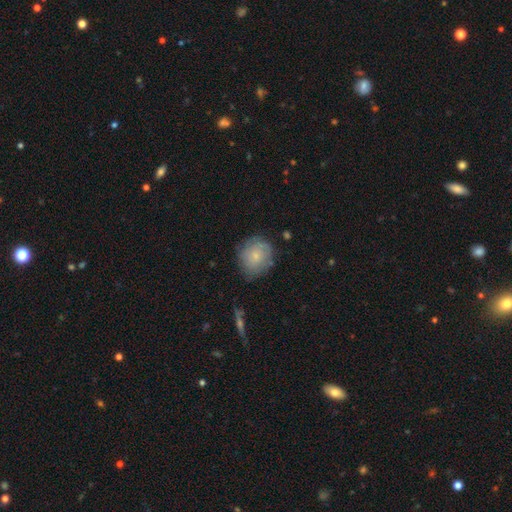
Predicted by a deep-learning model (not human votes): smooth-or-featured: smooth: 57% | featured or disk: 35% | star or artifact: 8%
  how-rounded: round: 76% | in between: 23% | cigar-shaped: 1%
  merging: none: 71% | minor disturbance: 21% | major disturbance: 6% | merger: 2%